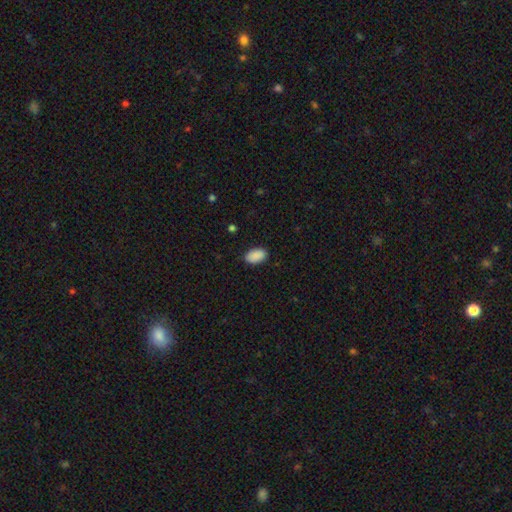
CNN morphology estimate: Smooth or featured: smooth — 90% (star or artifact — 7%)
How rounded: in between — 93% (round — 5%)
Merging: none — 87% (minor disturbance — 10%)